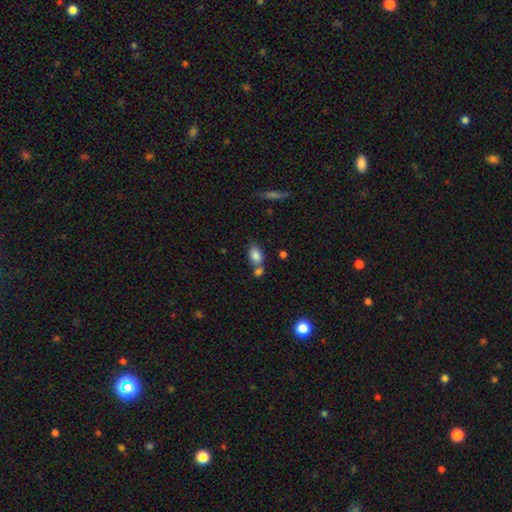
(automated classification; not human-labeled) The model was most divided on "merging": none: 51%, merger: 32%, minor disturbance: 13%, major disturbance: 4%. More confident: how rounded — in between (88%); smooth or featured — smooth (83%).